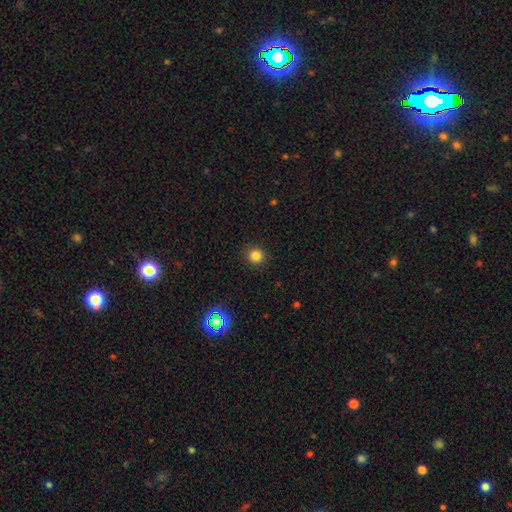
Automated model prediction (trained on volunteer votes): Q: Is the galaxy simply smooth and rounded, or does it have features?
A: smooth — 82%.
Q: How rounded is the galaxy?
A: round — 93%.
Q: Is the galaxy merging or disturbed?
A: none — 91%.